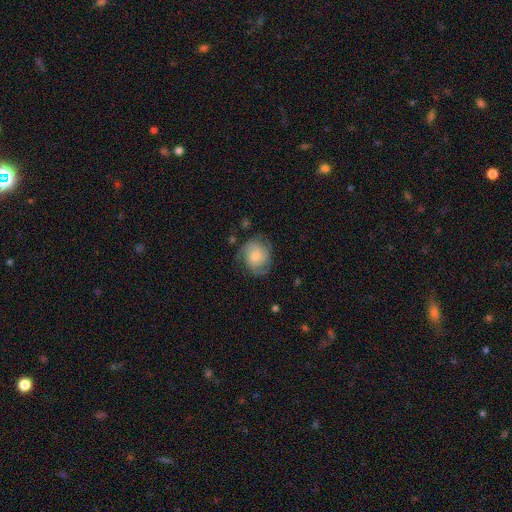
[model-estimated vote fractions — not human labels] Smooth or featured? featured or disk (49%)
Merging? none (64%)